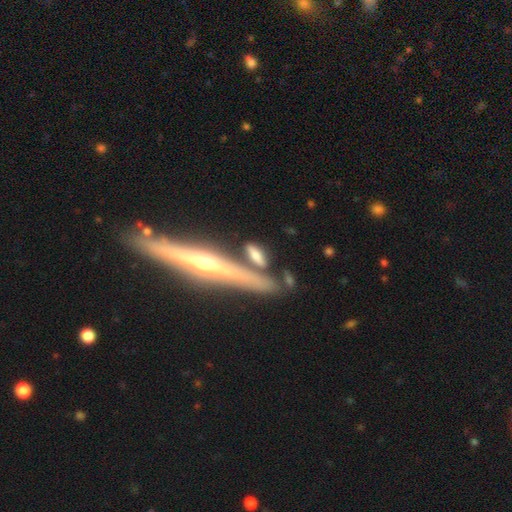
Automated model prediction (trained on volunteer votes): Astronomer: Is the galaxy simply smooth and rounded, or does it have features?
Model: smooth — 64%.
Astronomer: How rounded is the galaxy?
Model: cigar-shaped — 48% (runner-up: in between, 46%).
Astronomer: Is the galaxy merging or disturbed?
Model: none — 60%.